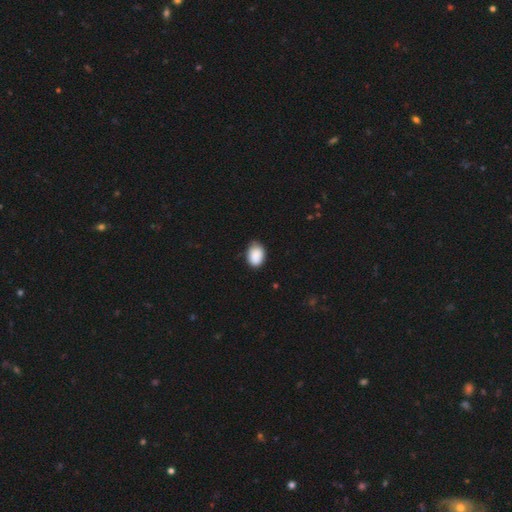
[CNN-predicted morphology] Smooth or featured? Predicted: smooth (p=0.89). How rounded? Predicted: in between (p=0.81). Merging? Predicted: none (p=0.70).